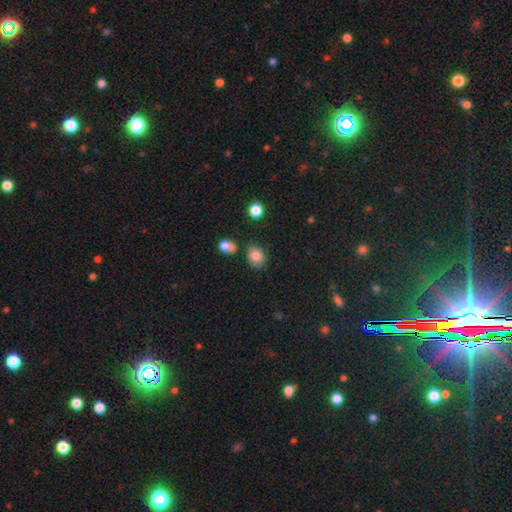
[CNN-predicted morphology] smooth 82%, star or artifact 11%, featured or disk 7%. Down the decision tree: how rounded — in between (58%); merging — none (67%).